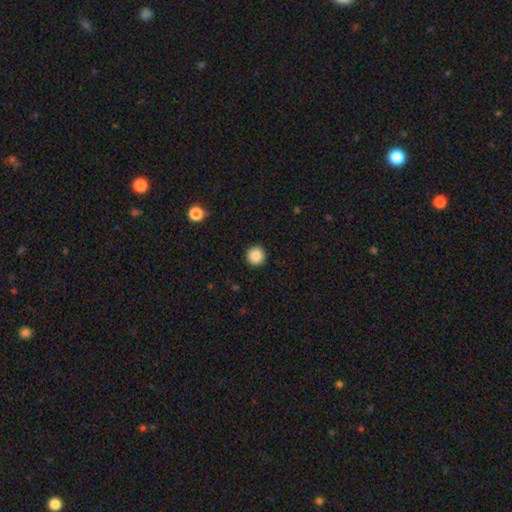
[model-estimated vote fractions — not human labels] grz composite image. It shows a smooth galaxy with no disk features (87%) that is round (96%). Merging: none (93%).